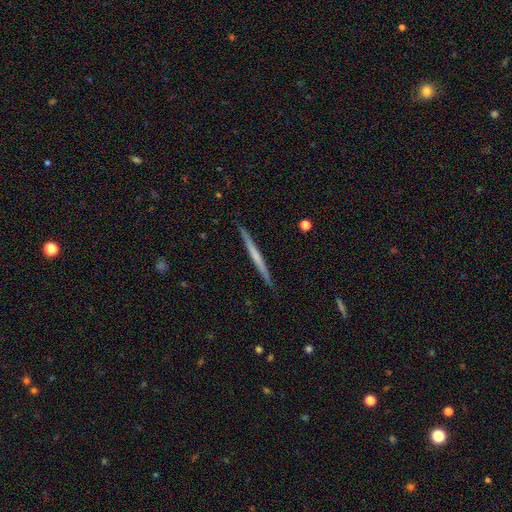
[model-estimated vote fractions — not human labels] featured or disk 56%, smooth 39%, star or artifact 5%. Down the decision tree: edge-on disk — yes (98%); edge-on bulge — none (79%); merging — none (91%).